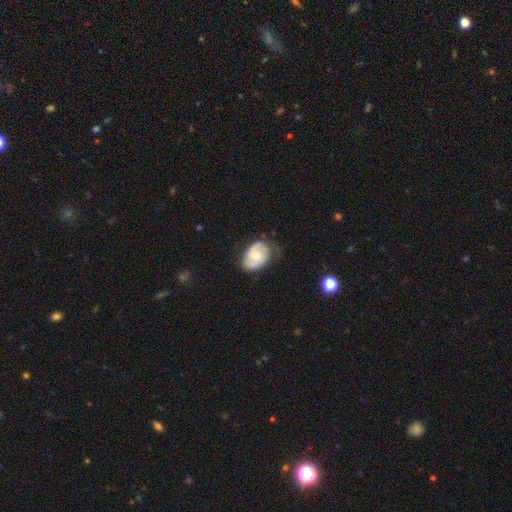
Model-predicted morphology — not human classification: featured or disk 65%, smooth 29%, star or artifact 6%. Down the decision tree: edge-on disk — no (97%); bar — no (59%); spiral arms — yes (88%); spiral arm count — 2 (75%); spiral winding — tight (42%, tied with medium); bulge size — moderate (59%); merging — none (60%).